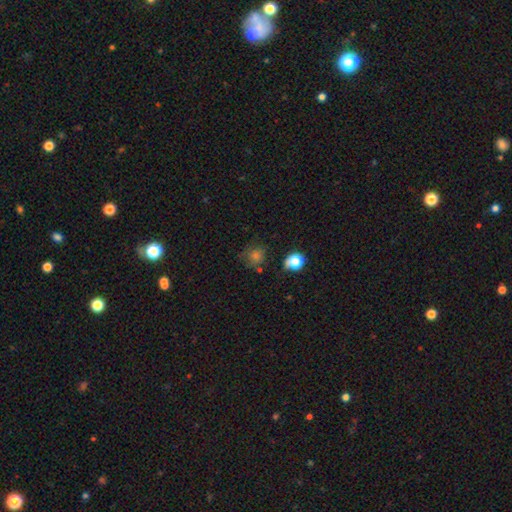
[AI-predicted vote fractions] This is likely a smooth galaxy (64%). How rounded: clearly round (84%). Merging: likely none (68%).